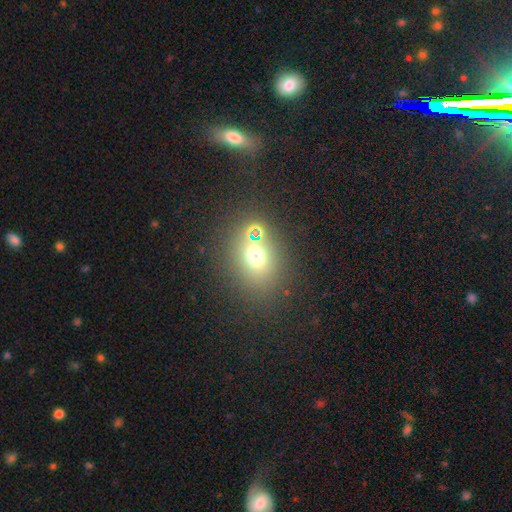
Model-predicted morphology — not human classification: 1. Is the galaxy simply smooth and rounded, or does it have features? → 64% smooth, 23% star or artifact, 12% featured or disk.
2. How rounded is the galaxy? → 56% round, 42% in between, 2% cigar-shaped.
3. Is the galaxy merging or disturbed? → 73% none, 11% minor disturbance, 10% merger, 6% major disturbance.